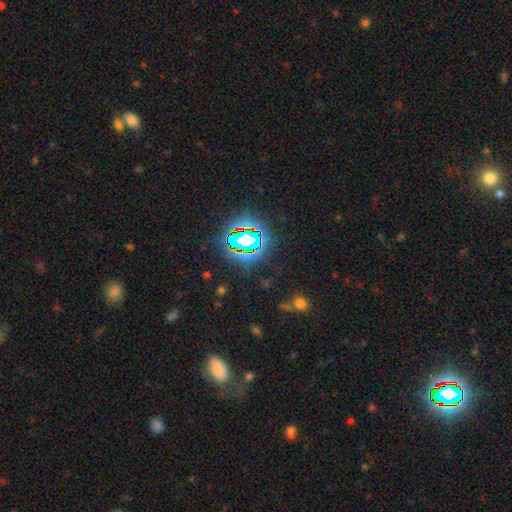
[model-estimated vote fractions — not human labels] A star or artifact, not a galaxy (77%).

Vote fractions:
- Smooth or featured? star or artifact: 77% / smooth: 15% / featured or disk: 8%